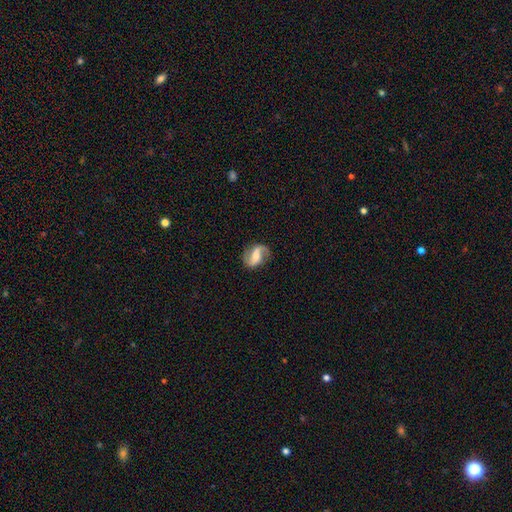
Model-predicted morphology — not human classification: This appears to be a featured or disk galaxy (78%) with a weak bar (41%), 2 (89%) loose (56%) spiral arms (94%) and a moderate central bulge (51%). Merging: none (80%).